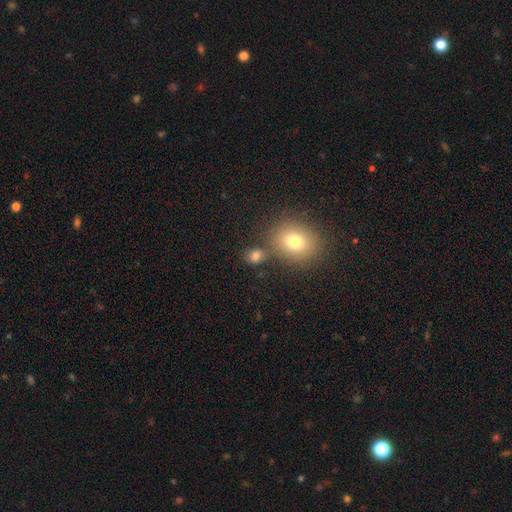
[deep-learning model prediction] Smooth or featured? Predicted: smooth (p=0.79). How rounded? Predicted: round (p=0.58). Merging? Predicted: none (p=0.67).